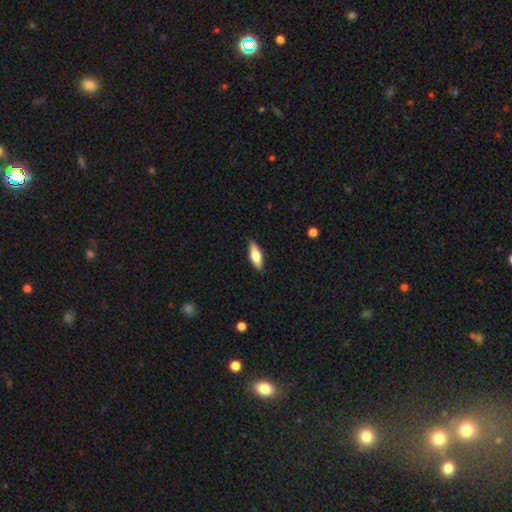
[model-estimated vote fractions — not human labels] Smooth or featured? Predicted: smooth (p=0.66). How rounded? Predicted: in between (p=0.56). Merging? Predicted: none (p=0.87).